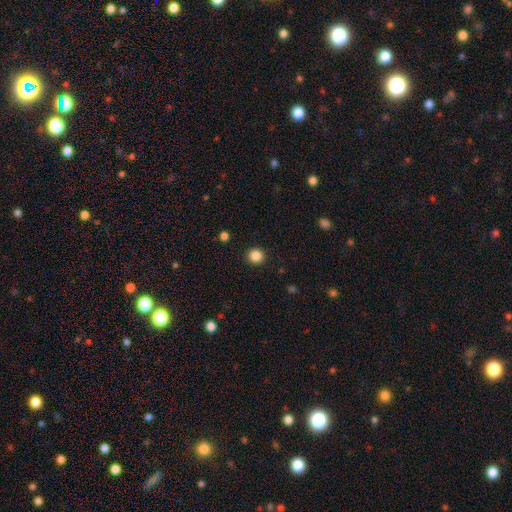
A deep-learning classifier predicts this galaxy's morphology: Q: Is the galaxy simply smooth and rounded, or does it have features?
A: smooth — 86%.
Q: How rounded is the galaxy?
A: round — 94%.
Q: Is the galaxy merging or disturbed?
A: none — 92%.